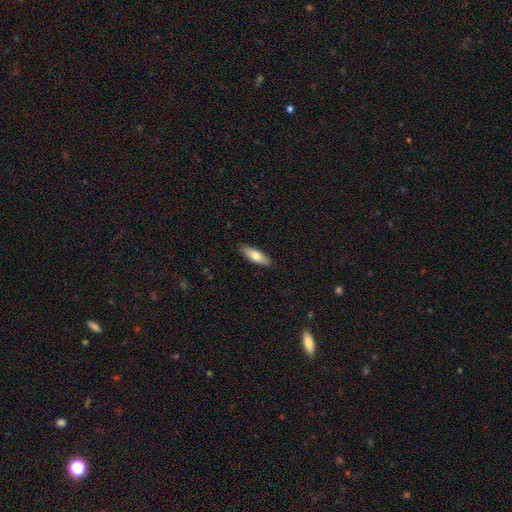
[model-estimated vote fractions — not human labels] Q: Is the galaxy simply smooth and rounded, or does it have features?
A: smooth — 74%.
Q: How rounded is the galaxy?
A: in between — 56%.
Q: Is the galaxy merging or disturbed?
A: none — 87%.